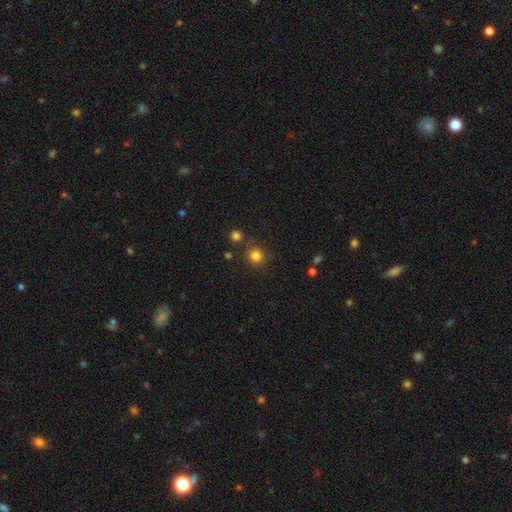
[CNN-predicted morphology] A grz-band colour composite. It shows a smooth galaxy with no disk features (82%) that is round (91%). Merging: none (83%).